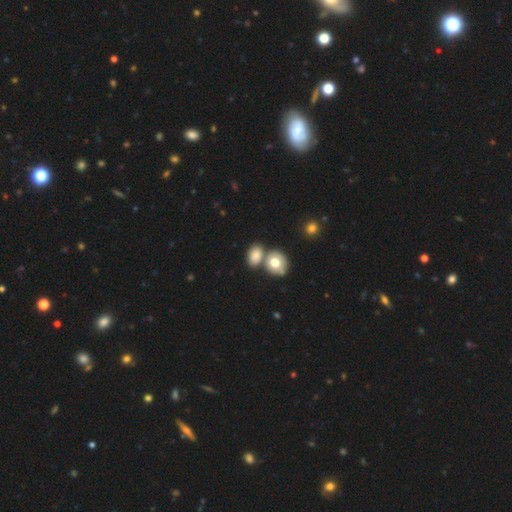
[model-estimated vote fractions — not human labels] smooth 77%, featured or disk 13%, star or artifact 10%. Down the decision tree: how rounded — in between (71%); merging — none (48%).